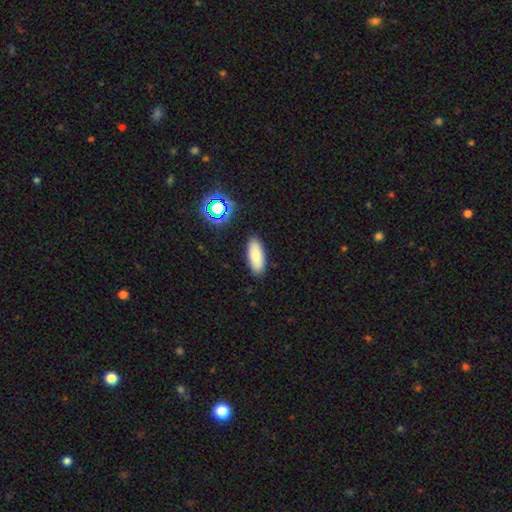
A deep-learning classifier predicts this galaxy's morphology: type=smooth (84%); roundness=in between (75%); merging=none (89%).